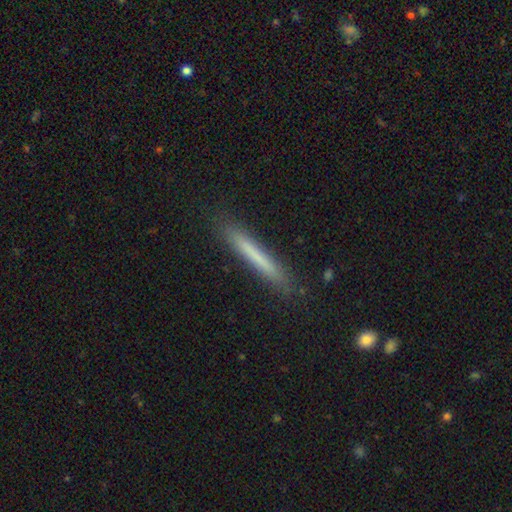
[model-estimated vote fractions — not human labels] Smooth or featured? smooth (67%)
How rounded? cigar-shaped (96%)
Merging? none (87%)